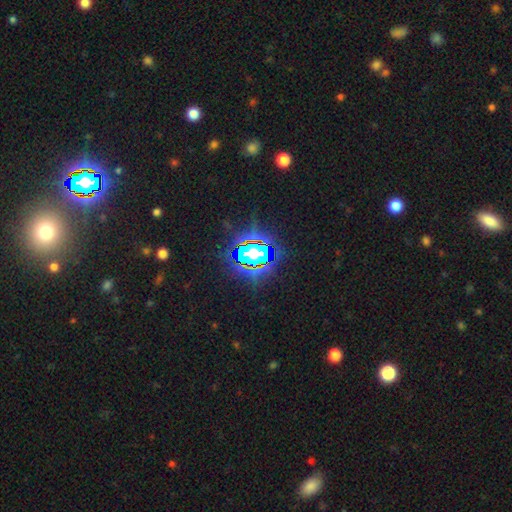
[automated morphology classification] star or artifact 80%, smooth 11%, featured or disk 8%.